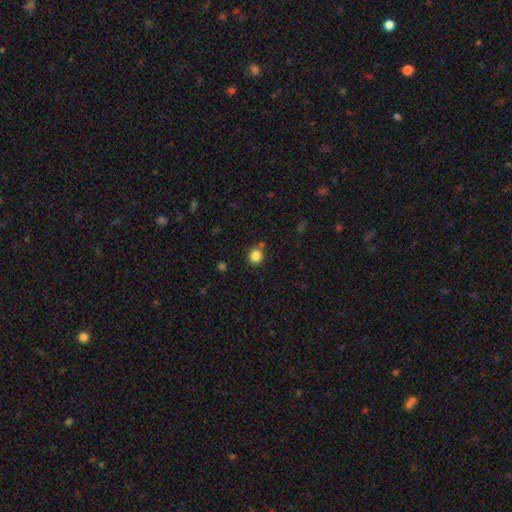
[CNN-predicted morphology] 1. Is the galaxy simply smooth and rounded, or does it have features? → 84% smooth, 12% star or artifact, 4% featured or disk.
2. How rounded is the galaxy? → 91% round, 8% in between, 1% cigar-shaped.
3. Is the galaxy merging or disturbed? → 81% none, 9% minor disturbance, 8% merger, 3% major disturbance.